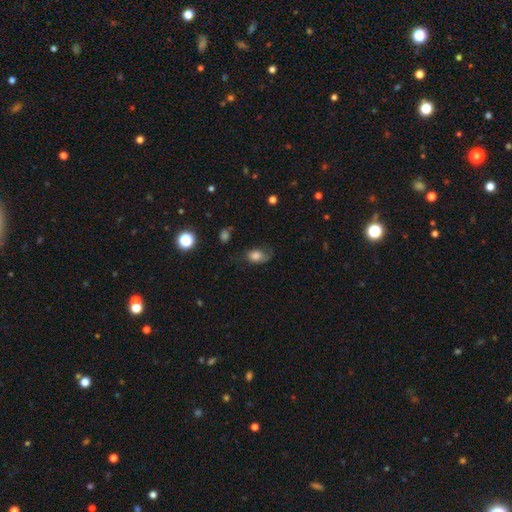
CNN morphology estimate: Q: Smooth or featured?
A: smooth (69%); runner-up: featured or disk (19%)
Q: How rounded?
A: in between (77%); runner-up: round (21%)
Q: Merging?
A: none (49%); runner-up: minor disturbance (29%)